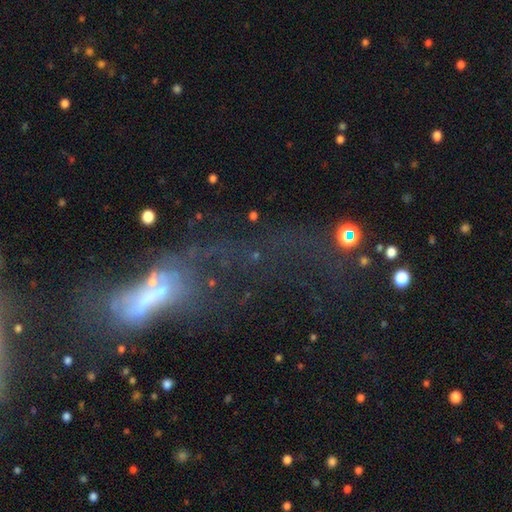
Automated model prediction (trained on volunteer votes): This appears to be a featured or disk galaxy (41%). Merging: major disturbance (43%).